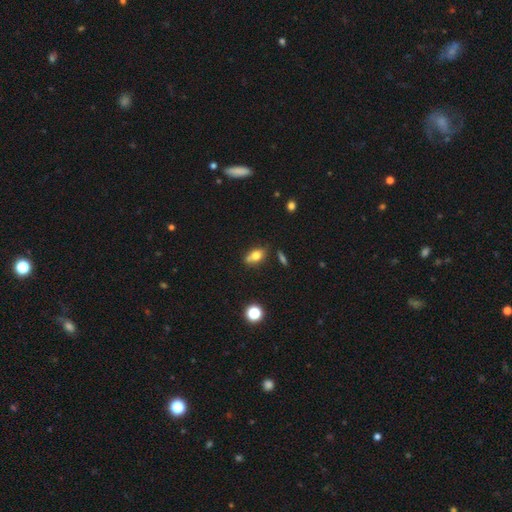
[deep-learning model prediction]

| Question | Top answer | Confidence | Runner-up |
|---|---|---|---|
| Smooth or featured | smooth | 71% | featured or disk (19%) |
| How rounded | in between | 77% | round (16%) |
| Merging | none | 60% | merger (18%) |